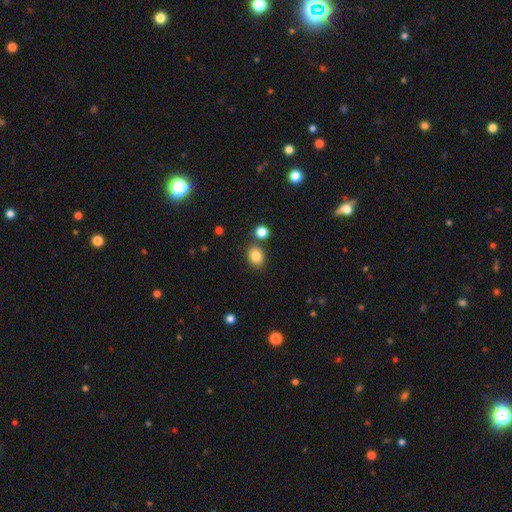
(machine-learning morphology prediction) Overall: smooth (84%). How rounded: round (51%; in between 48%). Merging: none (77%).